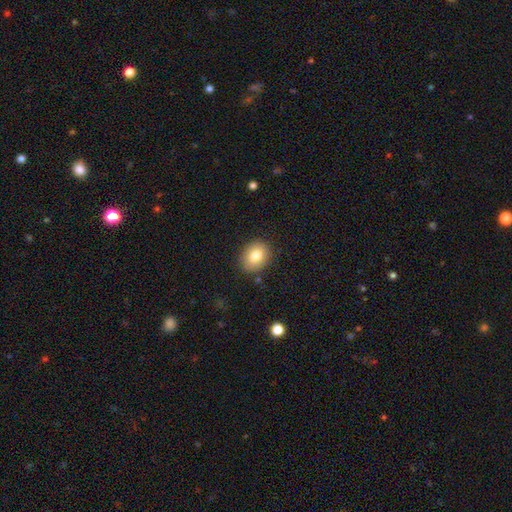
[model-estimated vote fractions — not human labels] The model was most divided on "how rounded": in between: 54%, round: 45%, cigar-shaped: 1%. More confident: merging — none (87%); smooth or featured — smooth (80%).